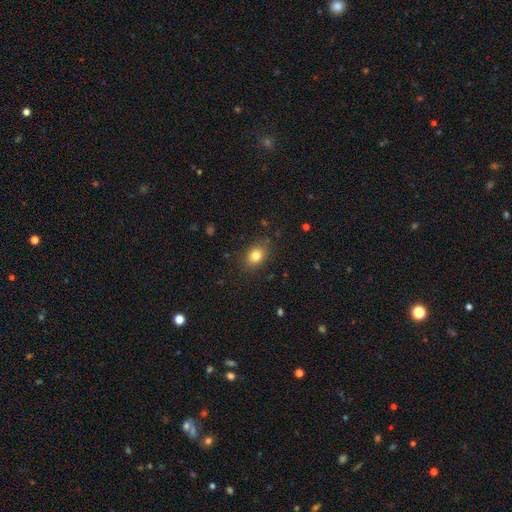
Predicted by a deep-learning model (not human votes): Smooth or featured? Predicted: smooth (p=0.81). How rounded? Predicted: in between (p=0.60). Merging? Predicted: none (p=0.83).